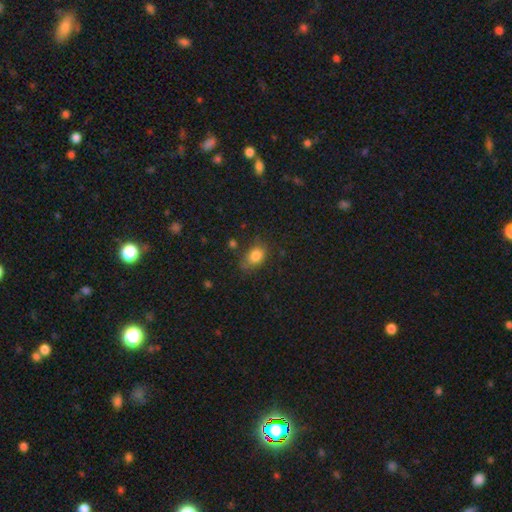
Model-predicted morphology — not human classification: A smooth galaxy with no disk features (83%) that is in between round and cigar-shaped (74%).

Vote fractions:
- Smooth or featured? smooth: 83% / star or artifact: 10% / featured or disk: 7%
- How rounded? in between: 74% / round: 24% / cigar-shaped: 2%
- Merging? none: 64% / minor disturbance: 26% / major disturbance: 7% / merger: 3%